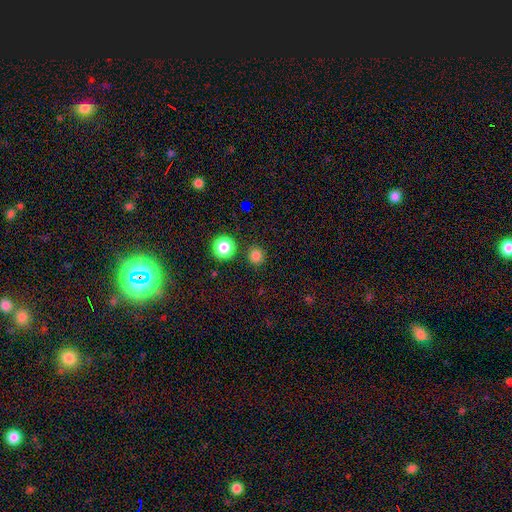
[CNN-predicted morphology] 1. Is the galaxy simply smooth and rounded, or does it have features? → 79% smooth, 17% star or artifact, 4% featured or disk.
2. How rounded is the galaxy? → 93% round, 6% in between, 1% cigar-shaped.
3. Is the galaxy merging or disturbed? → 86% none, 6% minor disturbance, 5% merger, 2% major disturbance.